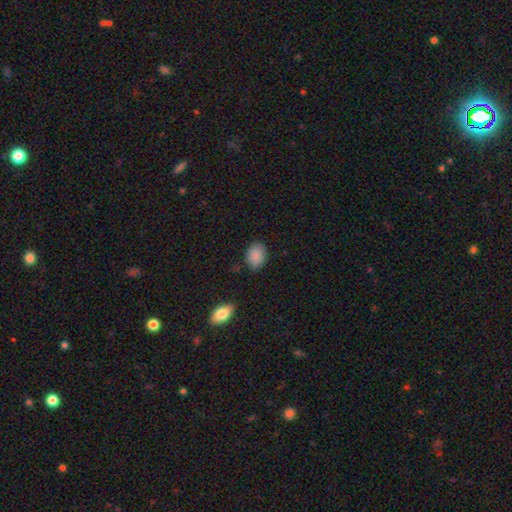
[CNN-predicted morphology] smooth_or_featured: smooth (p=0.87) [alt: star or artifact p=0.08]
how_rounded: in between (p=0.72) [alt: round p=0.27]
merging: none (p=0.81) [alt: minor disturbance p=0.14]